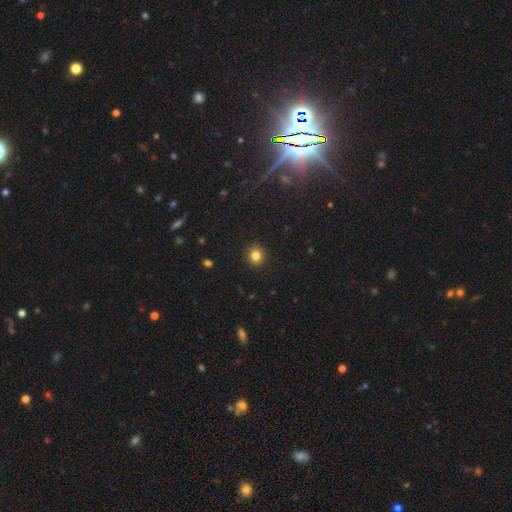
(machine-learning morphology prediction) Overall: smooth (83%). How rounded: round (88%). Merging: none (92%).